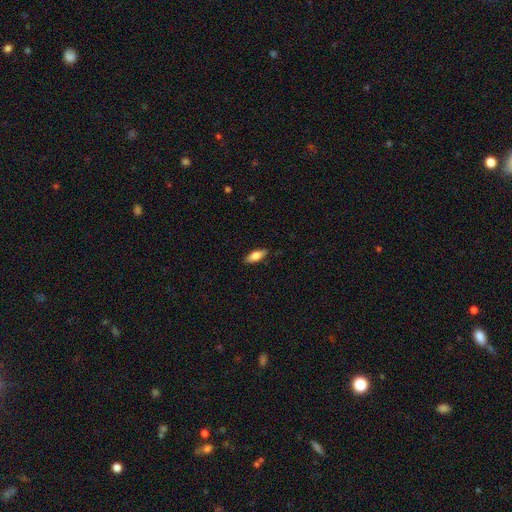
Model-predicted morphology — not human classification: Q: Smooth or featured?
A: smooth (77%); runner-up: featured or disk (17%)
Q: How rounded?
A: in between (74%); runner-up: cigar-shaped (24%)
Q: Merging?
A: none (85%); runner-up: minor disturbance (11%)